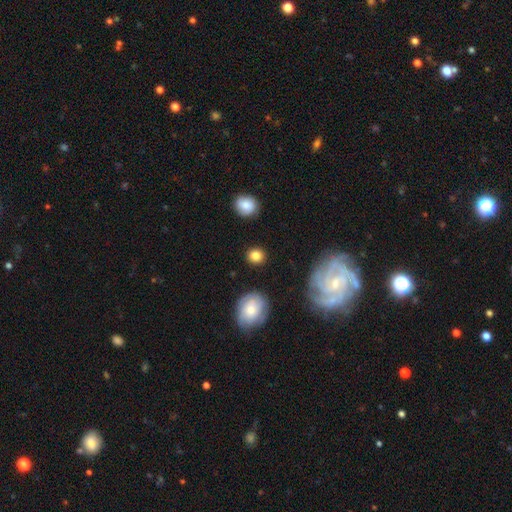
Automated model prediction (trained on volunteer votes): Smooth or featured: smooth — 84% (star or artifact — 9%)
How rounded: round — 78% (in between — 20%)
Merging: none — 87% (minor disturbance — 8%)